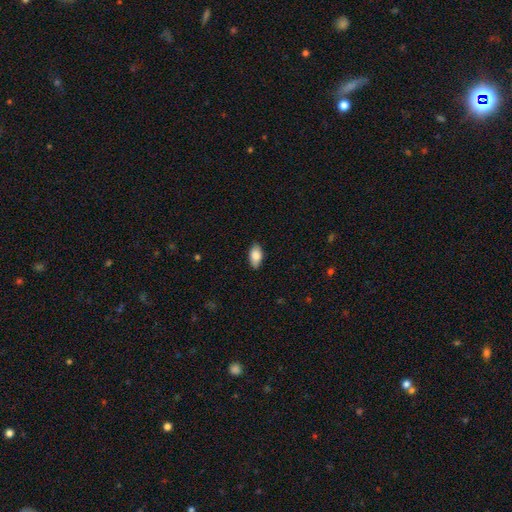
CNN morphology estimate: Overall: smooth (83%). How rounded: in between (92%). Merging: none (85%).